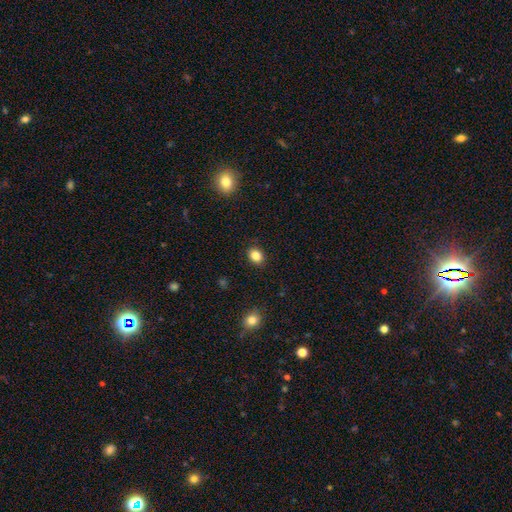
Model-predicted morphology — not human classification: This appears to be a smooth galaxy with no disk features (85%) that is in between round and cigar-shaped (52%). Merging: none (88%).